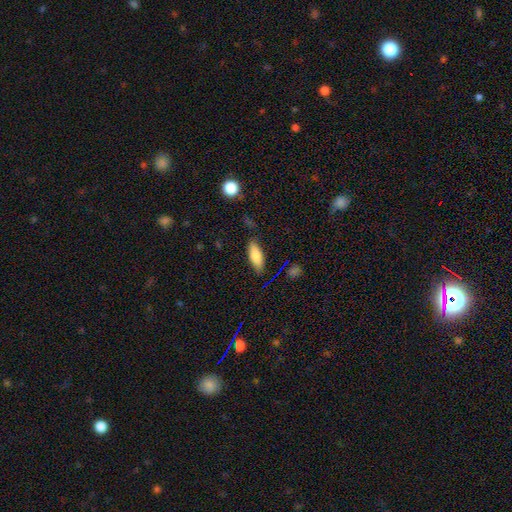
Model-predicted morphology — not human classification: Smooth or featured? smooth (79%)
How rounded? in between (70%)
Merging? none (78%)